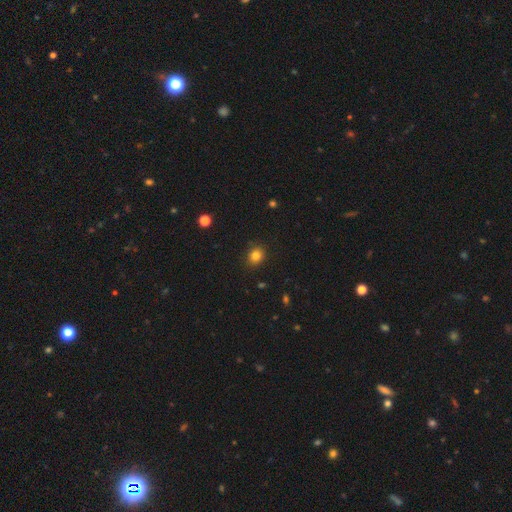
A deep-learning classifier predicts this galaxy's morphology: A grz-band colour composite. It shows a smooth galaxy with no disk features (82%) that is round (71%). Merging: none (88%).